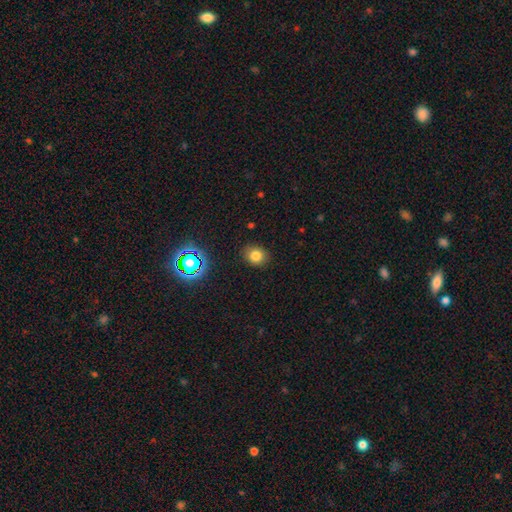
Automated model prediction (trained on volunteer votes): A smooth galaxy with no disk features (78%) that is round (64%).

Vote fractions:
- Smooth or featured? smooth: 78% / star or artifact: 15% / featured or disk: 7%
- How rounded? round: 64% / in between: 35% / cigar-shaped: 1%
- Merging? none: 87% / minor disturbance: 9% / major disturbance: 3% / merger: 1%